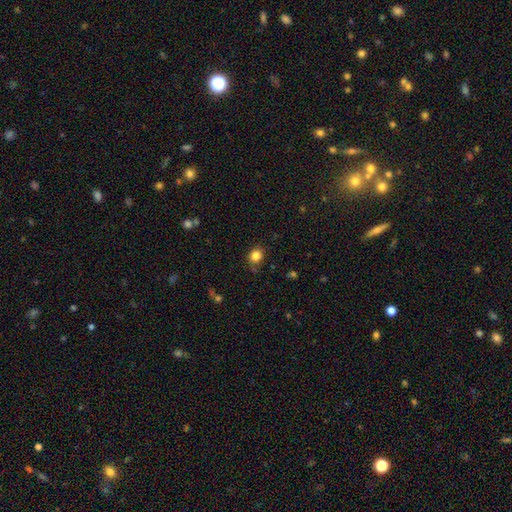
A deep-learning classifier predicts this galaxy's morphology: Smooth or featured: smooth — 84% (star or artifact — 12%)
How rounded: round — 77% (in between — 22%)
Merging: none — 85% (minor disturbance — 10%)